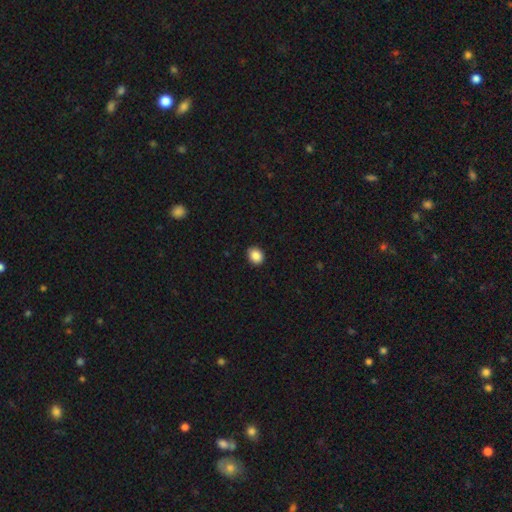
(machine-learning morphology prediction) Q: Smooth or featured?
A: smooth (88%); runner-up: star or artifact (9%)
Q: How rounded?
A: round (64%); runner-up: in between (35%)
Q: Merging?
A: none (92%); runner-up: minor disturbance (6%)